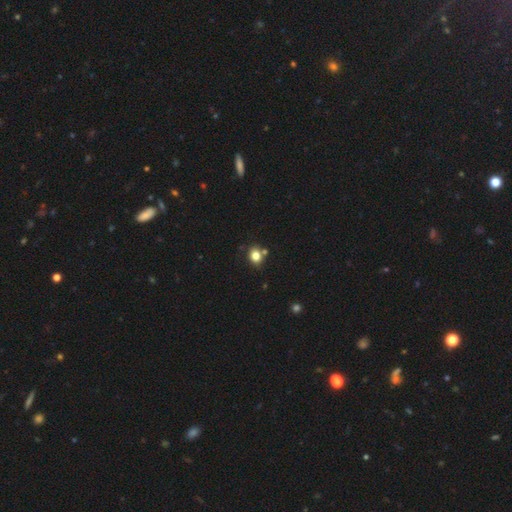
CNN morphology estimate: This is clearly a smooth galaxy (80%). How rounded: possibly round (58%). Merging: likely none (72%).